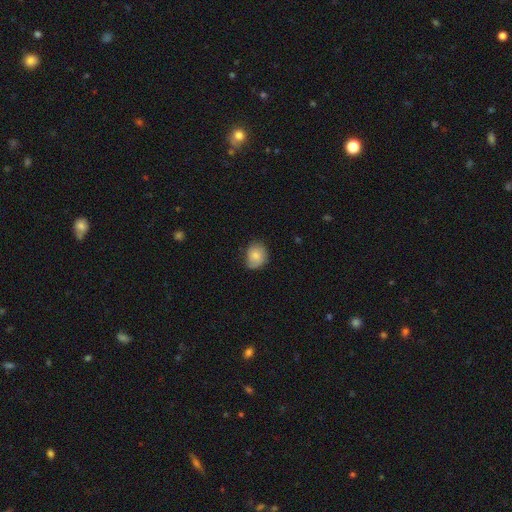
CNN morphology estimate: Smooth or featured? Predicted: smooth (p=0.76). How rounded? Predicted: round (p=0.61). Merging? Predicted: none (p=0.61).